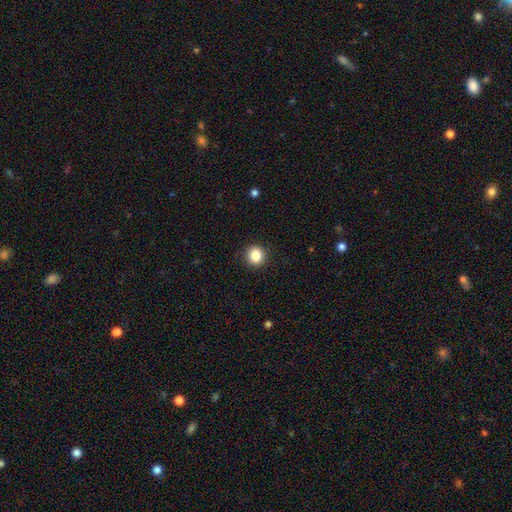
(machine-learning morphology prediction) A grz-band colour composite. It shows a smooth galaxy with no disk features (85%) that is round (90%). Merging: none (92%).